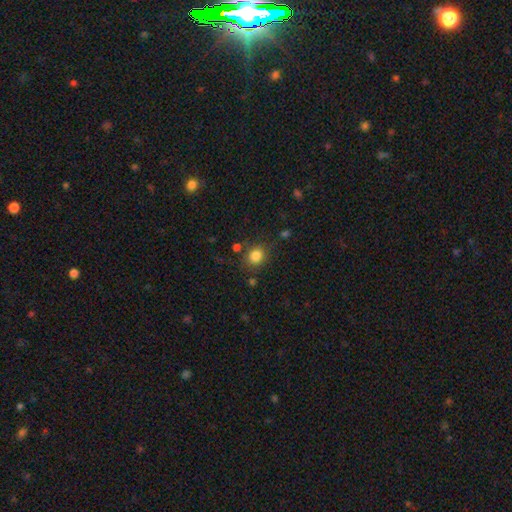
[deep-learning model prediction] A smooth galaxy with no disk features (83%) that is round (70%).

Vote fractions:
- Smooth or featured? smooth: 83% / star or artifact: 11% / featured or disk: 6%
- How rounded? round: 70% / in between: 29% / cigar-shaped: 1%
- Merging? none: 77% / minor disturbance: 13% / merger: 5% / major disturbance: 4%